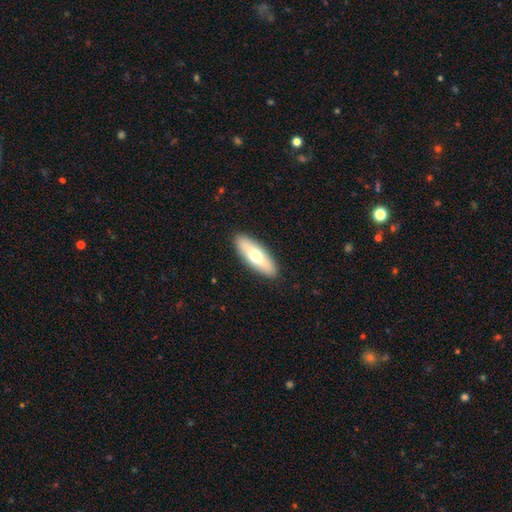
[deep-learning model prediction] A smooth galaxy with no disk features (63%) that is in between round and cigar-shaped (54%).

Vote fractions:
- Smooth or featured? smooth: 63% / featured or disk: 32% / star or artifact: 6%
- How rounded? in between: 54% / cigar-shaped: 44% / round: 2%
- Merging? none: 90% / minor disturbance: 7% / major disturbance: 2% / merger: 1%